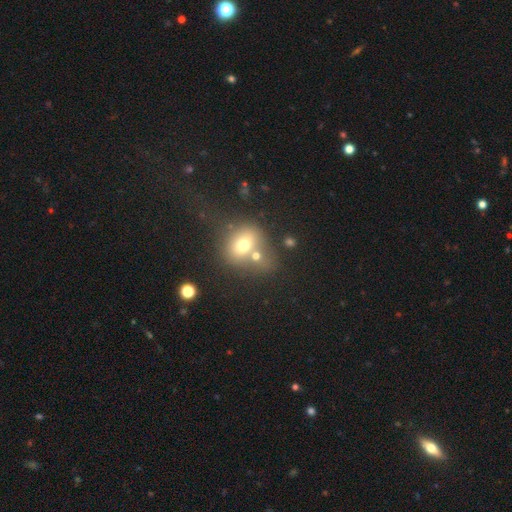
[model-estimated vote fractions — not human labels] Smooth or featured?
  - smooth: 68% *
  - featured or disk: 18%
  - star or artifact: 14%
How rounded?
  - round: 58% *
  - in between: 40%
  - cigar-shaped: 1%
Merging?
  - none: 43% *
  - merger: 41%
  - minor disturbance: 11%
  - major disturbance: 6%